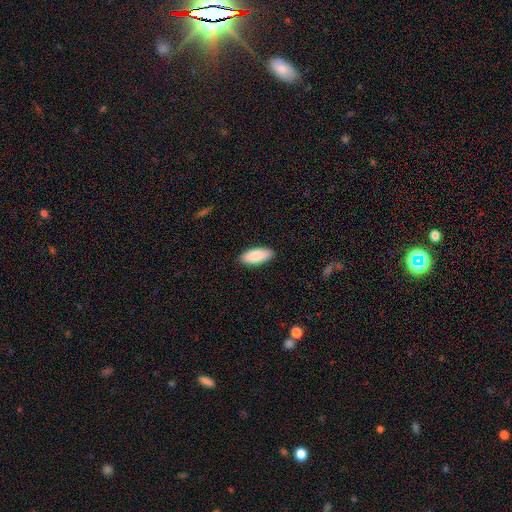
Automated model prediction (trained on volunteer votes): Smooth or featured?
  - smooth: 87% *
  - featured or disk: 7%
  - star or artifact: 6%
How rounded?
  - in between: 85% *
  - cigar-shaped: 14%
  - round: 2%
Merging?
  - none: 88% *
  - minor disturbance: 9%
  - major disturbance: 2%
  - merger: 1%